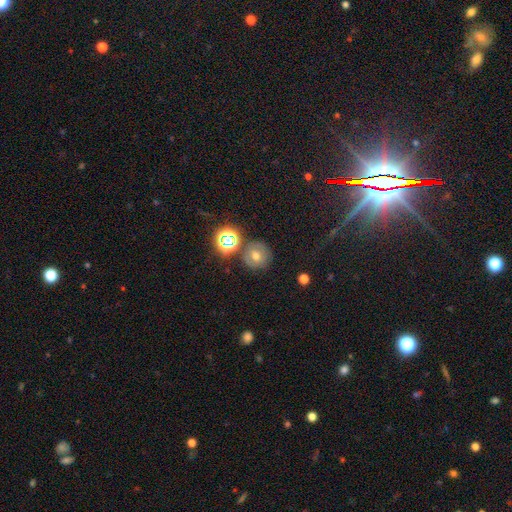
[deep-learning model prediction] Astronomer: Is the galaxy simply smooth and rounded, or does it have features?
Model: smooth — 59%.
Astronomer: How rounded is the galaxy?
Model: round — 92%.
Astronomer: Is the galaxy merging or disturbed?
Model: none — 75%.